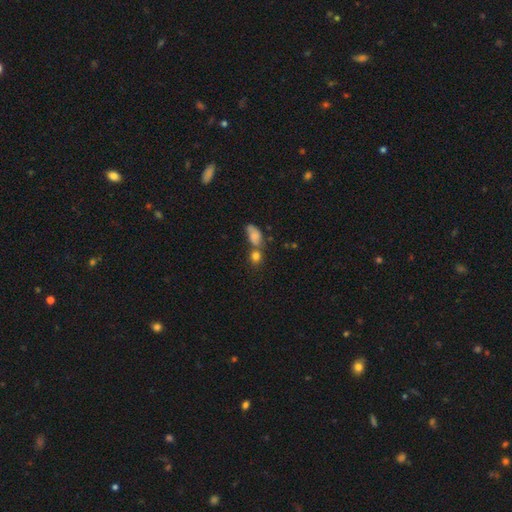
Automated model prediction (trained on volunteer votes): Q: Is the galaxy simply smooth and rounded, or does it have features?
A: smooth — 76%.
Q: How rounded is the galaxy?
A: round — 55%.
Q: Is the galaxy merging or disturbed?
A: none — 43%.